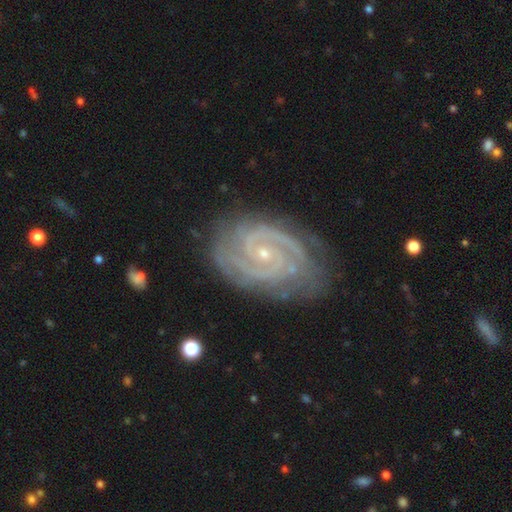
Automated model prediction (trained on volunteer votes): A featured or disk galaxy (91%) with no bar (57%), 2 (65%) tight (73%) spiral arms (99%) and a small central bulge (80%).

Vote fractions:
- Smooth or featured? featured or disk: 91% / star or artifact: 5% / smooth: 3%
- Edge-on disk? no: 97% / yes: 3%
- Bar? no: 57% / weak: 31% / strong: 11%
- Spiral arms? yes: 99% / no: 1%
- Spiral winding? tight: 73% / medium: 24% / loose: 3%
- Spiral arm count? 2: 65% / 3: 13% / can't tell: 8% / 4: 5% / more than 4: 4% / 1: 4%
- Bulge size? small: 80% / moderate: 17% / none: 1% / large: 1% / dominant: 1%
- Merging? none: 79% / minor disturbance: 16% / major disturbance: 4% / merger: 1%